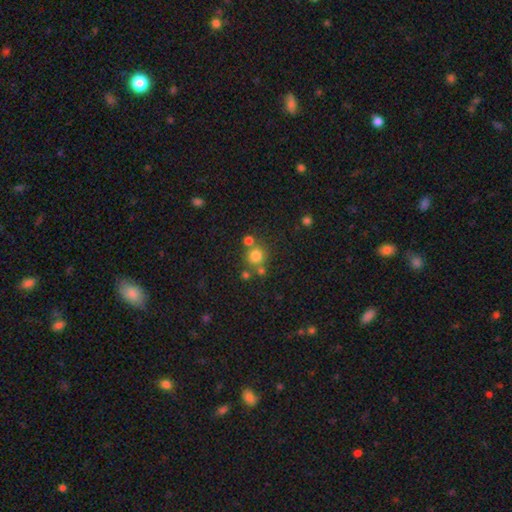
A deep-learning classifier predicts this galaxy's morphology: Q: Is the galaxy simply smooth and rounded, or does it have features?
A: smooth — 77%.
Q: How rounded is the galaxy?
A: round — 91%.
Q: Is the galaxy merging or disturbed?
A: none — 67%.